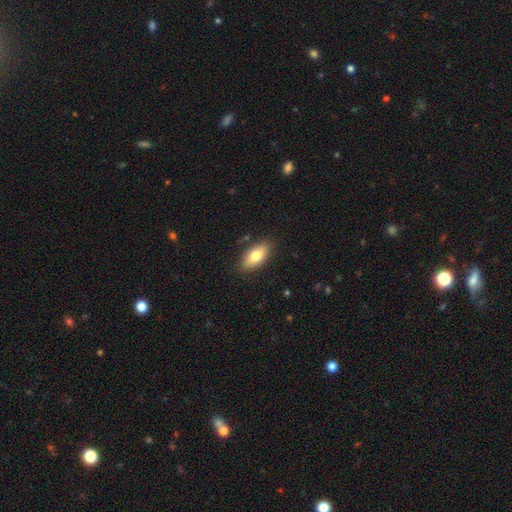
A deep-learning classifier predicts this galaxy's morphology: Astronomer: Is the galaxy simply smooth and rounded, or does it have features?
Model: smooth — 79%.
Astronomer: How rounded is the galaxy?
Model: in between — 89%.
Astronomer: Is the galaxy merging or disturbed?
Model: none — 85%.